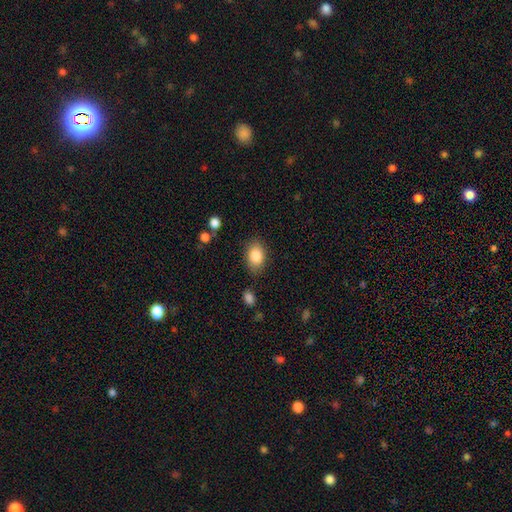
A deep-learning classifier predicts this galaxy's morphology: smooth 85%, featured or disk 8%, star or artifact 7%. Down the decision tree: how rounded — in between (83%); merging — none (79%).